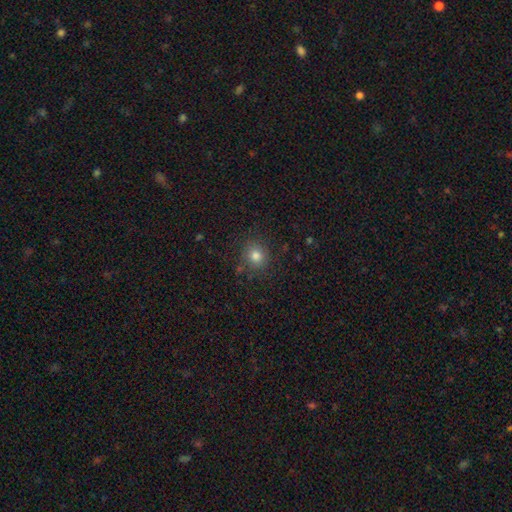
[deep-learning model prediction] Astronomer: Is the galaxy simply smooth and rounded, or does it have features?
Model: smooth — 79%.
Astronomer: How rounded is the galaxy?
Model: round — 85%.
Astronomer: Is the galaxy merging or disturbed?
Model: none — 84%.